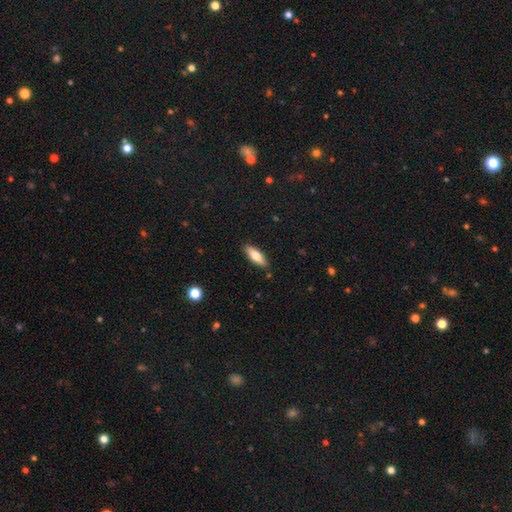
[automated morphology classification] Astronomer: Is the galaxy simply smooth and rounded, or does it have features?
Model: smooth — 75%.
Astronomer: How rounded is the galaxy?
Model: in between — 57% (runner-up: cigar-shaped, 41%).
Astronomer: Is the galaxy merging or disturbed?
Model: none — 87%.